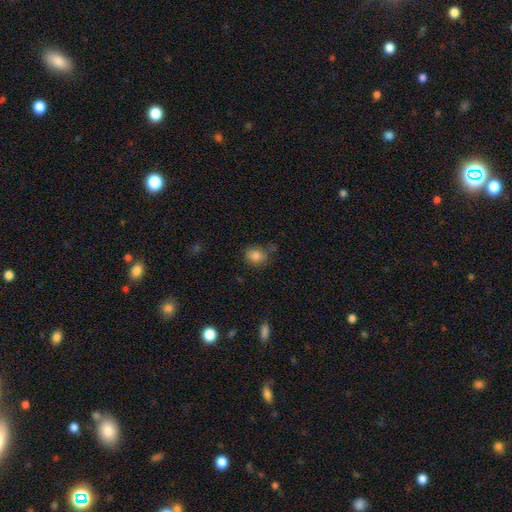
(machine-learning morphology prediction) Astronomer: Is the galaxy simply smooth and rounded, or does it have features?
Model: smooth — 83%.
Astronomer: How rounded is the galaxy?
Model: round — 60% (runner-up: in between, 39%).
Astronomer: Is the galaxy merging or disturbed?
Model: none — 63%.